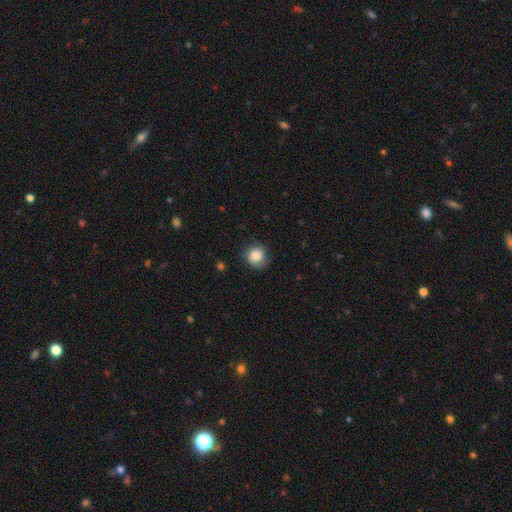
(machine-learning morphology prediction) The model was most divided on "merging": none: 79%, minor disturbance: 16%, major disturbance: 4%, merger: 1%. More confident: how rounded — round (89%); smooth or featured — smooth (85%).